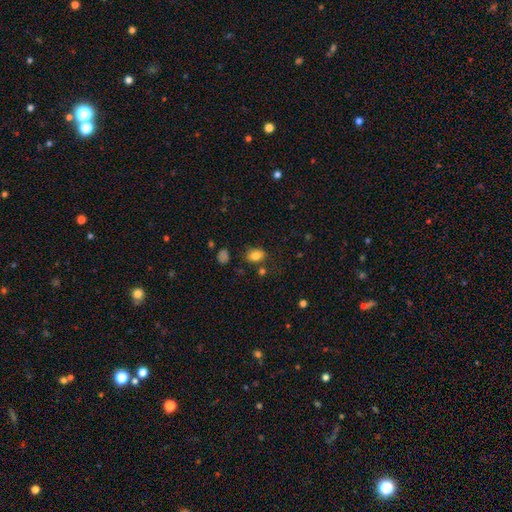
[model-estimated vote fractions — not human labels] smooth 81%, star or artifact 10%, featured or disk 9%. Down the decision tree: how rounded — in between (76%); merging — none (76%).